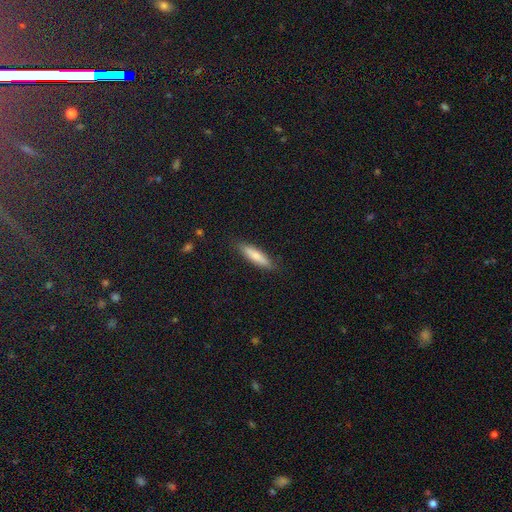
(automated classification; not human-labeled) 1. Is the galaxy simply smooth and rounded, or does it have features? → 76% smooth, 18% featured or disk, 6% star or artifact.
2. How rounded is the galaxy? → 77% cigar-shaped, 21% in between, 2% round.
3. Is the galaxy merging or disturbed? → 87% none, 10% minor disturbance, 2% major disturbance, 1% merger.